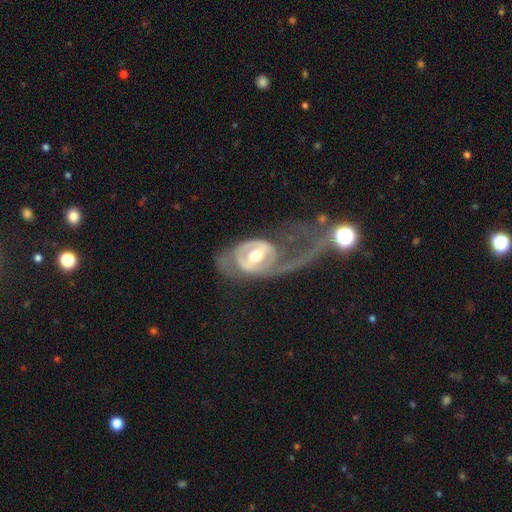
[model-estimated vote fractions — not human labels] Smooth or featured?
  - featured or disk: 81% *
  - smooth: 14%
  - star or artifact: 5%
Edge-on disk?
  - no: 95% *
  - yes: 5%
Bar?
  - weak: 41% *
  - strong: 31%
  - no: 27%
Spiral arms?
  - yes: 74% *
  - no: 26%
Spiral winding?
  - loose: 39% *
  - medium: 35%
  - tight: 26%
Spiral arm count?
  - 2: 47% *
  - 1: 35%
  - can't tell: 13%
  - 3: 2%
  - 4: 1%
  - more than 4: 1%
Bulge size?
  - moderate: 70% *
  - small: 18%
  - large: 10%
  - dominant: 1%
  - none: 1%
Merging?
  - major disturbance: 56% *
  - none: 24%
  - minor disturbance: 14%
  - merger: 6%